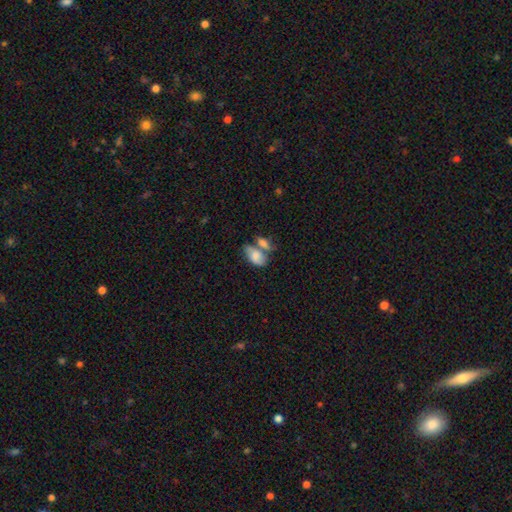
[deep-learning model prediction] smooth 71%, featured or disk 21%, star or artifact 7%. Down the decision tree: how rounded — in between (90%); merging — merger (50%).